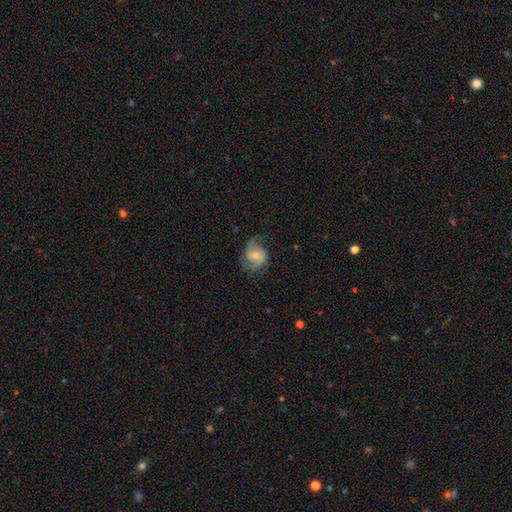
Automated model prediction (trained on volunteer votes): This appears to be a featured or disk galaxy (74%) with no bar (55%), 2 (80%) medium (48%) spiral arms (93%) and a moderate central bulge (48%). Merging: none (61%).